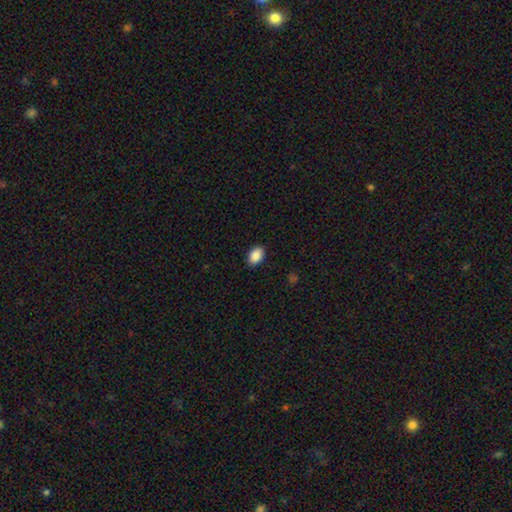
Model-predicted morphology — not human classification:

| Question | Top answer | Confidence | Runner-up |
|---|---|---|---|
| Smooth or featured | smooth | 89% | star or artifact (8%) |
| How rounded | in between | 85% | round (14%) |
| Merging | none | 89% | minor disturbance (8%) |